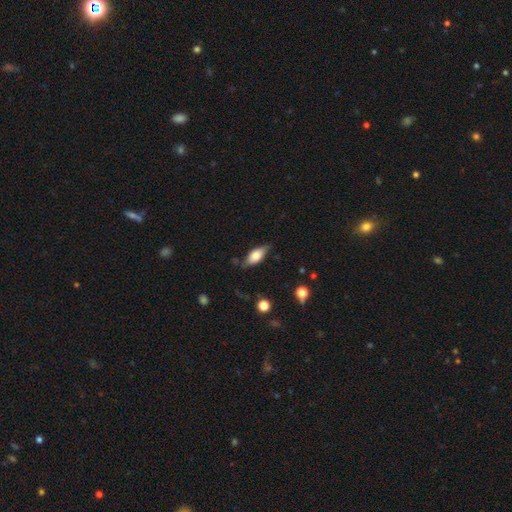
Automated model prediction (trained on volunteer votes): This is likely a smooth galaxy (70%). How rounded: clearly in between (81%). Merging: likely none (72%).